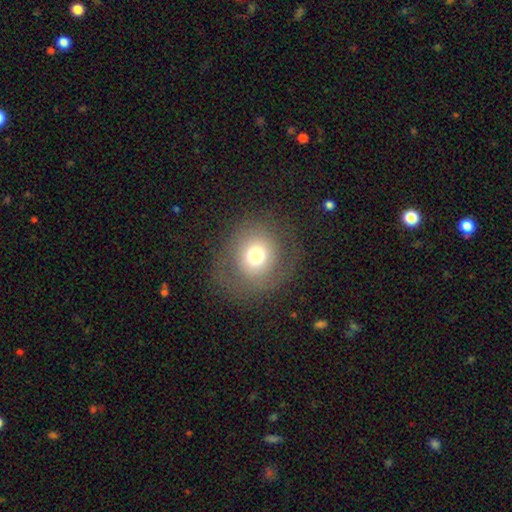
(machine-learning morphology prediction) A smooth galaxy with no disk features (63%) that is round (86%). Merging: none (73%).